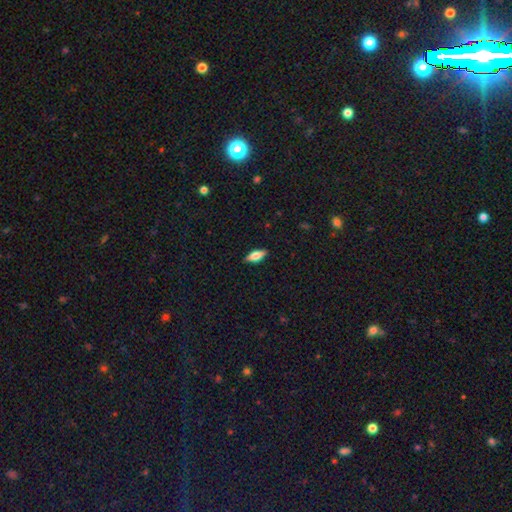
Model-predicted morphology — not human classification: A smooth galaxy with no disk features (61%) that is in between round and cigar-shaped (71%). Merging: none (88%).